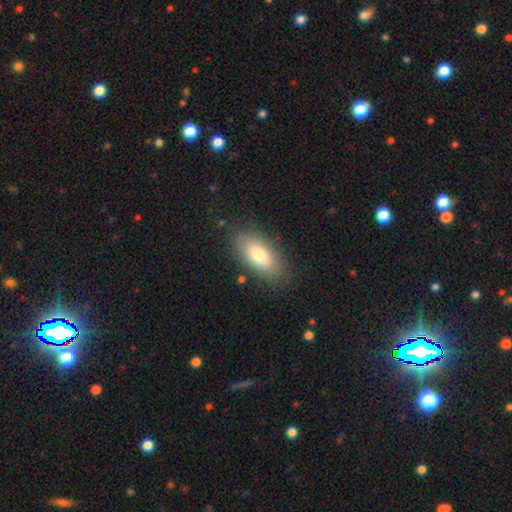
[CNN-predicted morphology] A smooth galaxy with no disk features (76%) that is in between round and cigar-shaped (89%).

Vote fractions:
- Smooth or featured? smooth: 76% / featured or disk: 17% / star or artifact: 7%
- How rounded? in between: 89% / cigar-shaped: 8% / round: 3%
- Merging? none: 85% / minor disturbance: 11% / major disturbance: 3% / merger: 2%